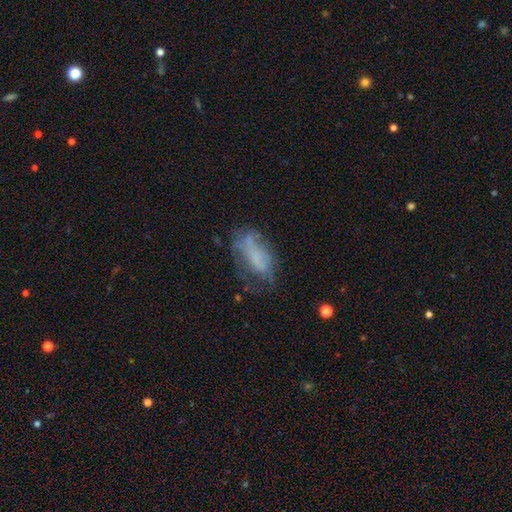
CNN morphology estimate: type=smooth (50%); roundness=in between (83%); merging=none (39%).